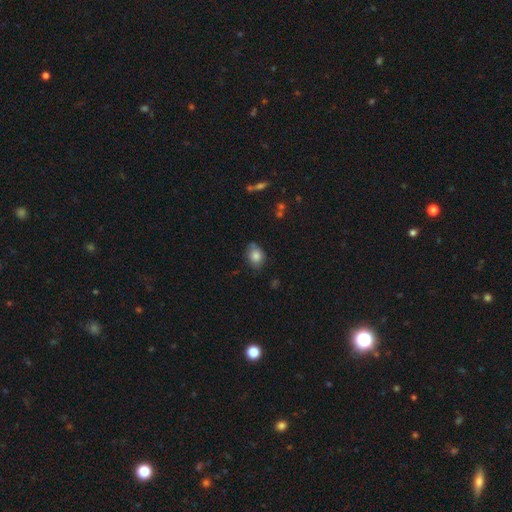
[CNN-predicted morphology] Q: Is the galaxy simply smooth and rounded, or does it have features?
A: smooth — 81%.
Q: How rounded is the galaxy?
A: in between — 58%.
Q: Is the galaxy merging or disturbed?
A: none — 65%.